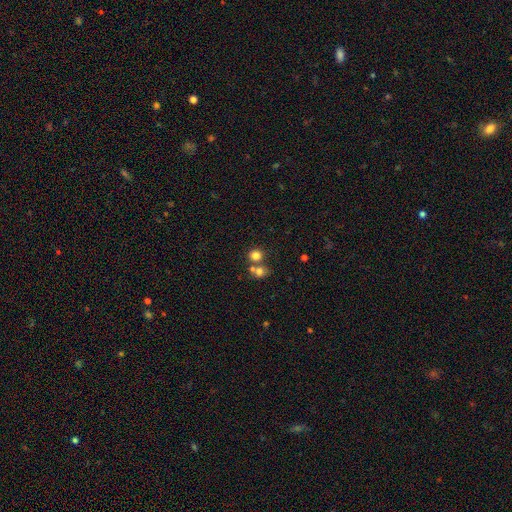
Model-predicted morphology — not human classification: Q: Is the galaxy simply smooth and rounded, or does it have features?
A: smooth — 77%.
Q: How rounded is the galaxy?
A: round — 83%.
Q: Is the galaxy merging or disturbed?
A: none — 53%.